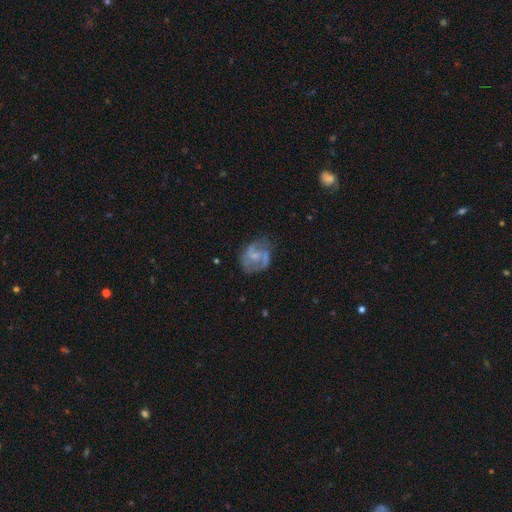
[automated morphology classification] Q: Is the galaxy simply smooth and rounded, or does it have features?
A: featured or disk — 70%.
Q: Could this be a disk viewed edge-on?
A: no — 98%.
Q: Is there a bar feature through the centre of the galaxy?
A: no — 46%.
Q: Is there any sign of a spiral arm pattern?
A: yes — 82%.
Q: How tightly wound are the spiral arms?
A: medium — 46%.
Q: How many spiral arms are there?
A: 2 — 70%.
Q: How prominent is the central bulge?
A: small — 48%.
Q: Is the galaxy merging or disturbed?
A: none — 58%.